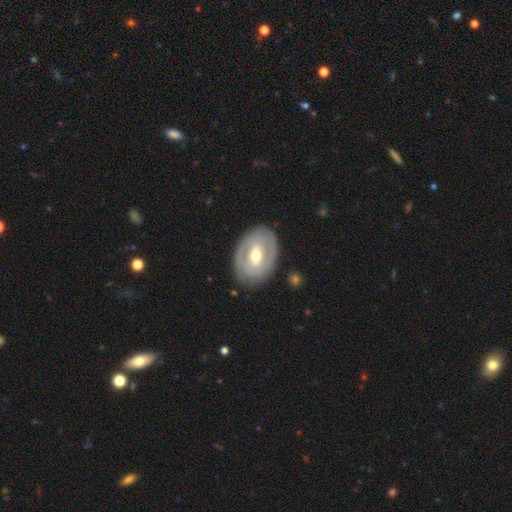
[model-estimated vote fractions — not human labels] smooth_or_featured: featured or disk (p=0.76) [alt: smooth p=0.20]
disk_edge_on: no (p=0.95) [alt: yes p=0.05]
bar: weak (p=0.46) [alt: strong p=0.27]
has_spiral_arms: yes (p=0.72) [alt: no p=0.28]
spiral_winding: tight (p=0.64) [alt: medium p=0.26]
spiral_arm_count: 2 (p=0.59) [alt: can't tell p=0.25]
bulge_size: moderate (p=0.76) [alt: small p=0.17]
merging: none (p=0.83) [alt: minor disturbance p=0.12]